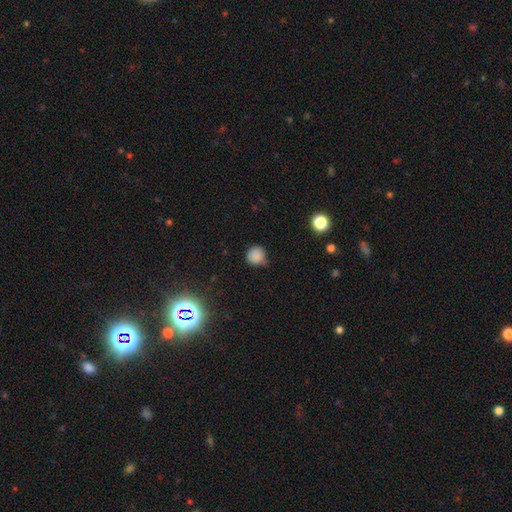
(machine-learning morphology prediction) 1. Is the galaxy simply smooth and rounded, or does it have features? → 84% smooth, 11% star or artifact, 5% featured or disk.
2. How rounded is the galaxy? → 91% round, 8% in between, 1% cigar-shaped.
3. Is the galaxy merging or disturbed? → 65% none, 28% minor disturbance, 5% major disturbance, 2% merger.